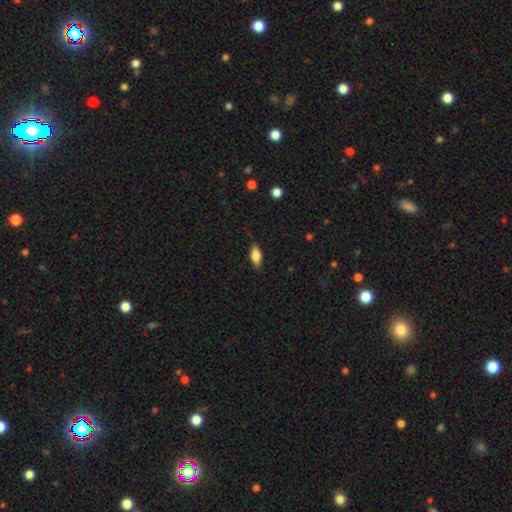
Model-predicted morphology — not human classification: smooth 76%, featured or disk 17%, star or artifact 7%. Down the decision tree: how rounded — in between (86%); merging — none (81%).